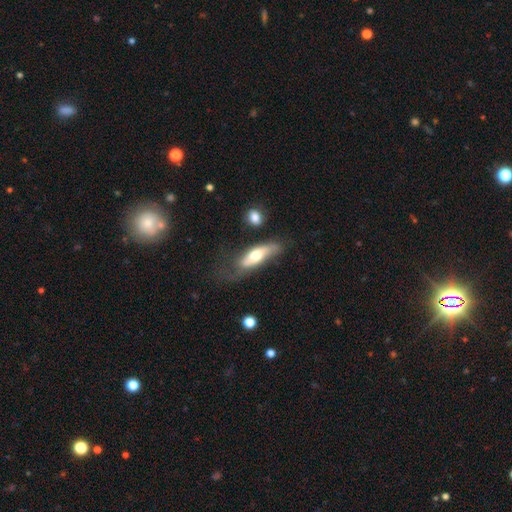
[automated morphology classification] This is possibly a smooth galaxy (52%). How rounded: possibly in between (58%). Merging: marginally none (42%).